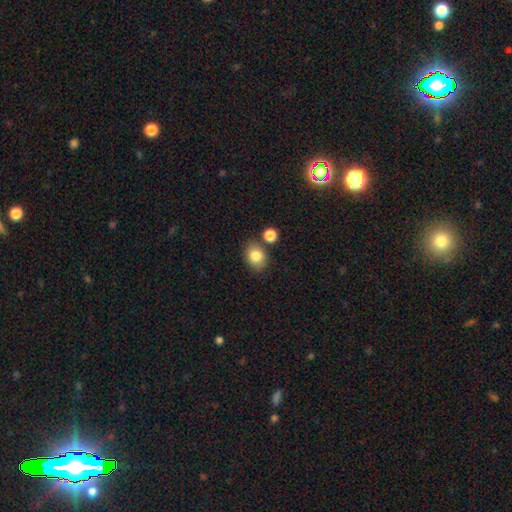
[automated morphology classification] The model was most divided on "how rounded": in between: 57%, round: 42%, cigar-shaped: 1%. More confident: smooth or featured — smooth (83%); merging — none (75%).